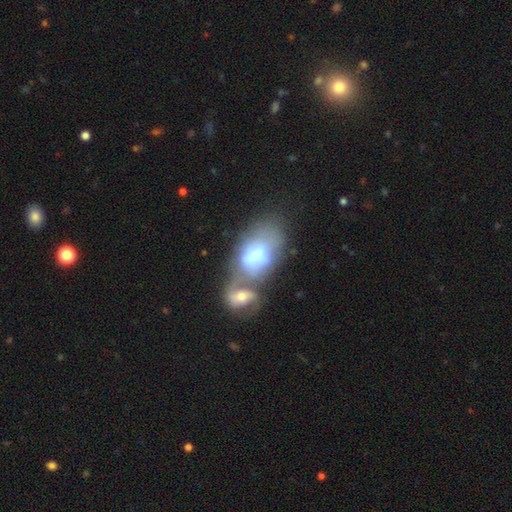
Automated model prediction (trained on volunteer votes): smooth_or_featured: smooth (p=0.56) [alt: featured or disk p=0.37]
how_rounded: in between (p=0.87) [alt: round p=0.11]
merging: merger (p=0.66) [alt: none p=0.13]